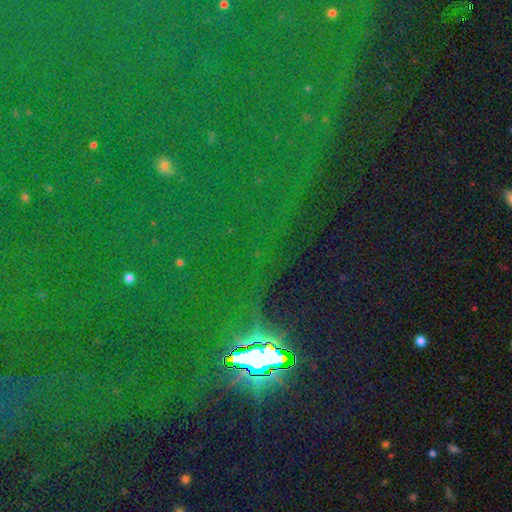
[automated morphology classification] Smooth or featured: star or artifact — 86% (smooth — 8%)